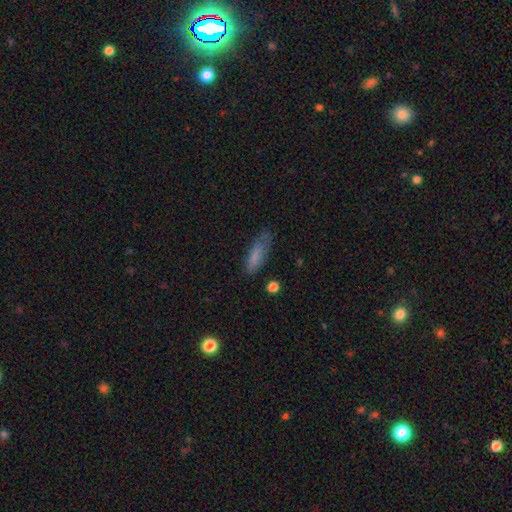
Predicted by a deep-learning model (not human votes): smooth 78%, featured or disk 14%, star or artifact 9%. Down the decision tree: how rounded — in between (51%); merging — none (57%).